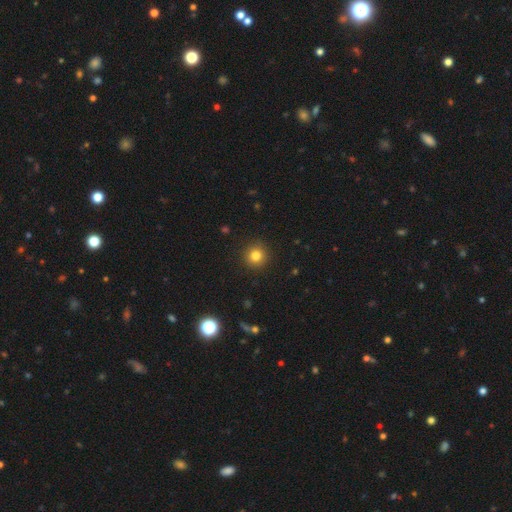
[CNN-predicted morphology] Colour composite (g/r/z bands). It shows a smooth galaxy with no disk features (81%) that is round (94%). Merging: none (92%).